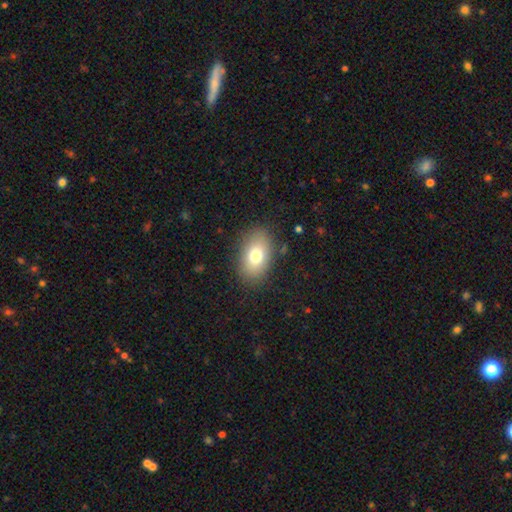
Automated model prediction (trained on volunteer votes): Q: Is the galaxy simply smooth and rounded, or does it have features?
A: smooth — 76%.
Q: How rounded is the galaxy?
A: in between — 87%.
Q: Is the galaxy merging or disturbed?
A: none — 85%.